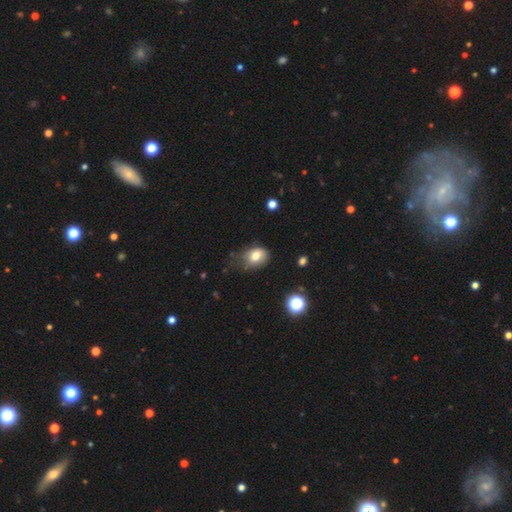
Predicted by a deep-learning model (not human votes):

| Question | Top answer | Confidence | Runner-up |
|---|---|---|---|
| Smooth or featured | smooth | 76% | featured or disk (13%) |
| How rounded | in between | 67% | round (32%) |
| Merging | none | 46% | minor disturbance (37%) |